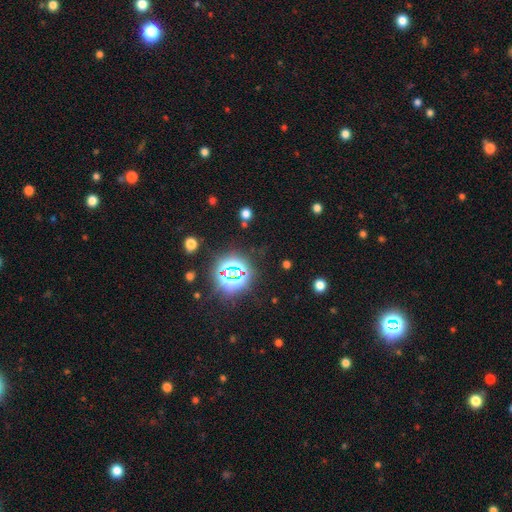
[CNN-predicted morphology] smooth_or_featured: star or artifact (p=0.82) [alt: smooth p=0.12]